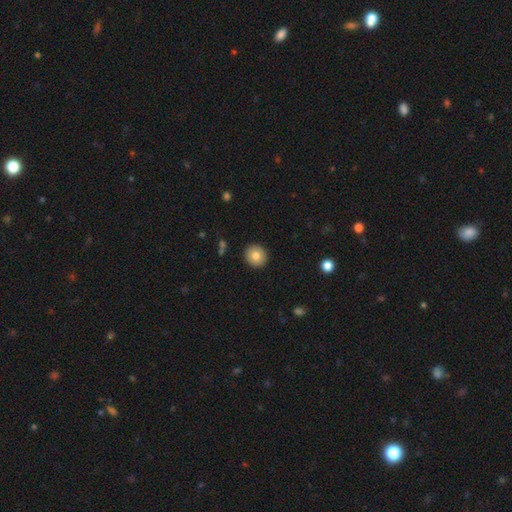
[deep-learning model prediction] smooth 81%, featured or disk 10%, star or artifact 9%. Down the decision tree: how rounded — round (92%); merging — none (92%).